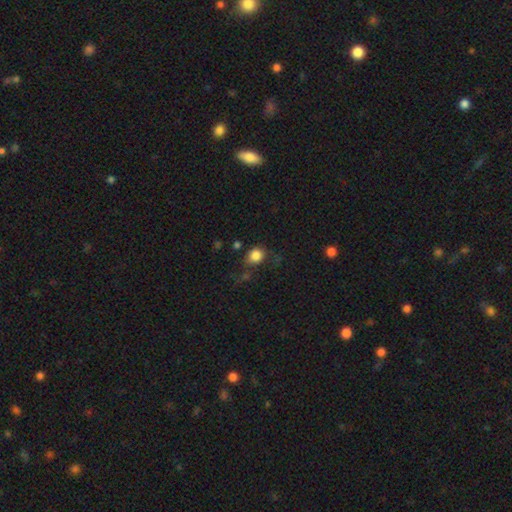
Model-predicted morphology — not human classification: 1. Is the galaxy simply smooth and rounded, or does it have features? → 83% smooth, 11% star or artifact, 6% featured or disk.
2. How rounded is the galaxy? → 76% round, 23% in between, 1% cigar-shaped.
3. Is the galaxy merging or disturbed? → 61% none, 21% minor disturbance, 12% major disturbance, 6% merger.